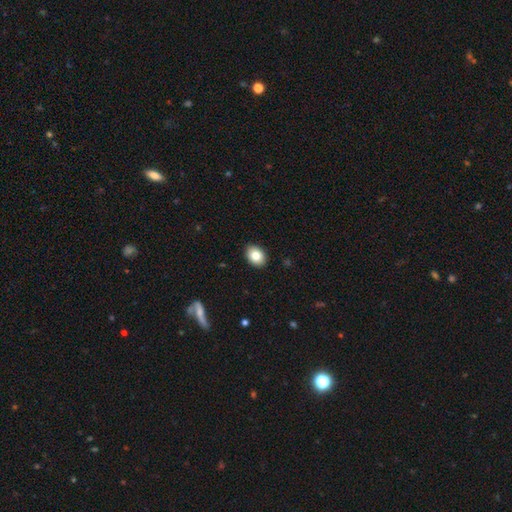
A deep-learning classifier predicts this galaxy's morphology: Smooth or featured? Predicted: smooth (p=0.82). How rounded? Predicted: in between (p=0.75). Merging? Predicted: none (p=0.90).